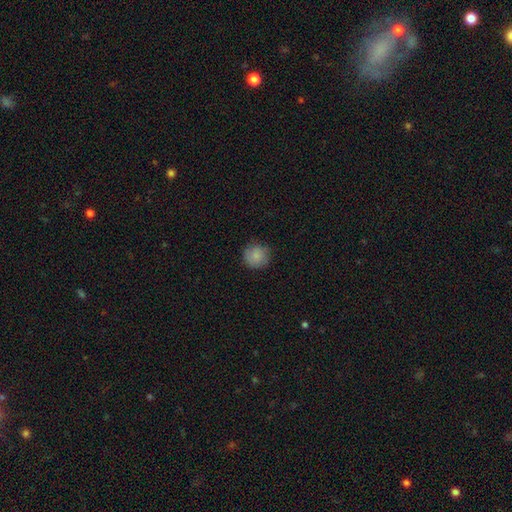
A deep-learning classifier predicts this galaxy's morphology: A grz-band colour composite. It shows a smooth galaxy with no disk features (85%) that is round (92%). Merging: none (82%).